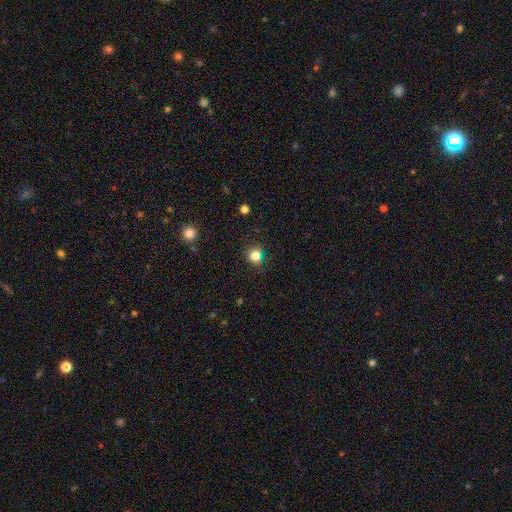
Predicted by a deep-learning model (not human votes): Smooth or featured: smooth — 82% (star or artifact — 13%)
How rounded: round — 81% (in between — 19%)
Merging: none — 83% (minor disturbance — 12%)